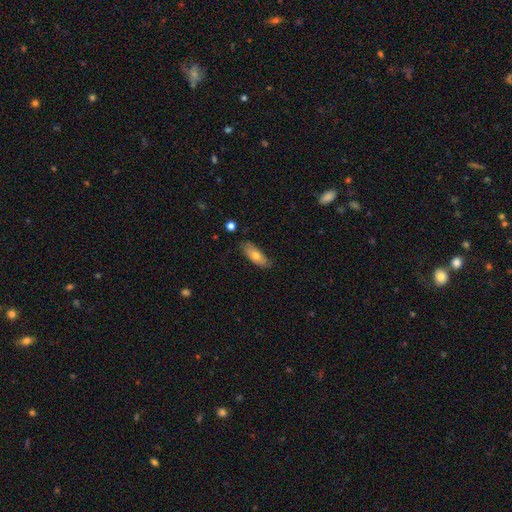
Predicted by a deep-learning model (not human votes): Smooth or featured: smooth — 66% (featured or disk — 27%)
How rounded: in between — 74% (cigar-shaped — 23%)
Merging: none — 79% (minor disturbance — 17%)